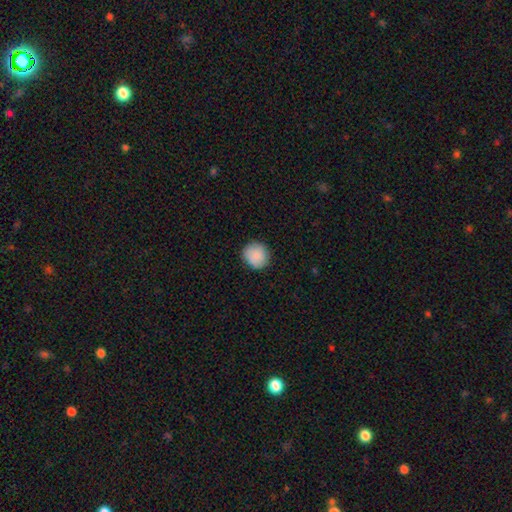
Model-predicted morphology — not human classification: Smooth or featured: smooth — 88% (star or artifact — 7%)
How rounded: round — 89% (in between — 10%)
Merging: none — 86% (minor disturbance — 10%)